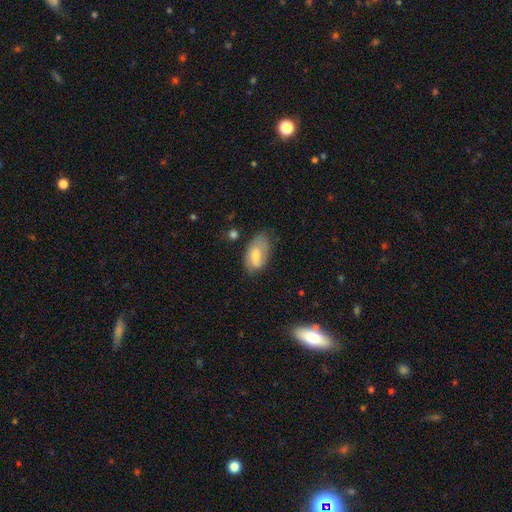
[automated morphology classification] This is likely a smooth galaxy (70%). How rounded: clearly in between (93%). Merging: possibly none (53%).